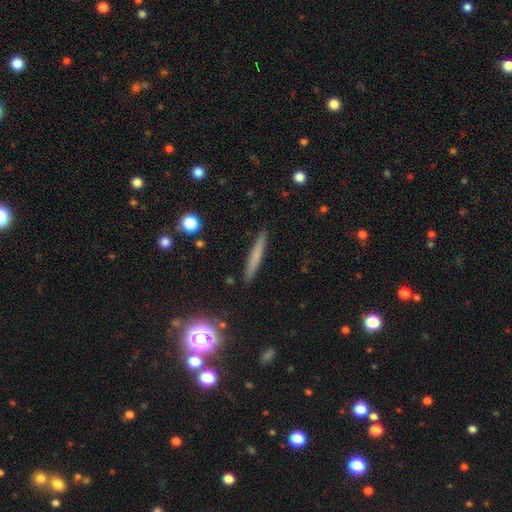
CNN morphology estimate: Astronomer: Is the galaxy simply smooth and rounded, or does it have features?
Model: smooth — 64%.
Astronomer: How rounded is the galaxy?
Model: cigar-shaped — 95%.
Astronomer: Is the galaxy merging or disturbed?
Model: none — 91%.